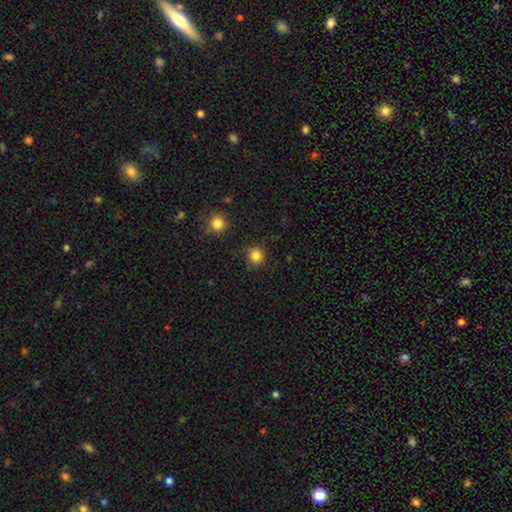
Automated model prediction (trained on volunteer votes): The model was most divided on "smooth or featured": smooth: 84%, star or artifact: 12%, featured or disk: 4%. More confident: how rounded — round (92%); merging — none (86%).